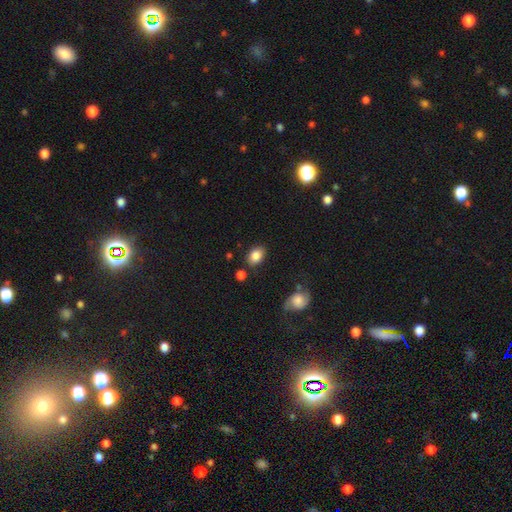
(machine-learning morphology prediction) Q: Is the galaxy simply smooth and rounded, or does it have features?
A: smooth — 85%.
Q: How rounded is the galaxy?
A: in between — 79%.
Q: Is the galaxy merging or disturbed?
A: none — 79%.